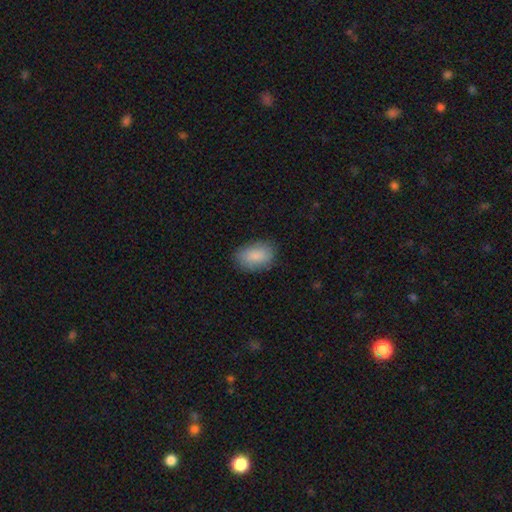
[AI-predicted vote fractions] smooth-or-featured: smooth: 87% | star or artifact: 7% | featured or disk: 6%
  how-rounded: in between: 88% | round: 10% | cigar-shaped: 1%
  merging: none: 82% | minor disturbance: 13% | major disturbance: 3% | merger: 1%